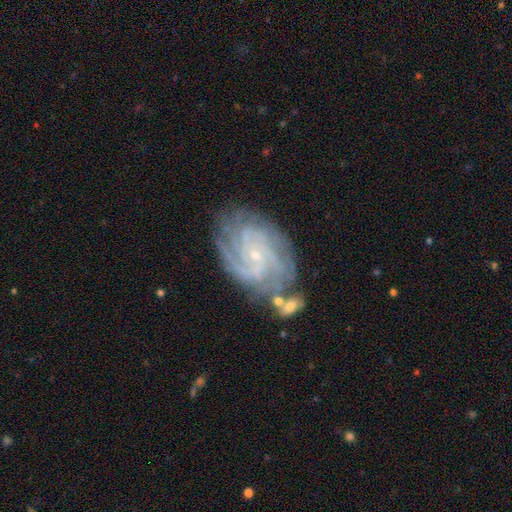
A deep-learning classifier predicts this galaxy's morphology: Overall: featured or disk (89%). Edge-on disk: no (97%). Bar: no (66%; weak 27%). Spiral arms: yes (98%). Spiral arm count: 4 (32%; can't tell 18%). Spiral winding: tight (70%). Bulge size: small (87%). Merging: none (67%).